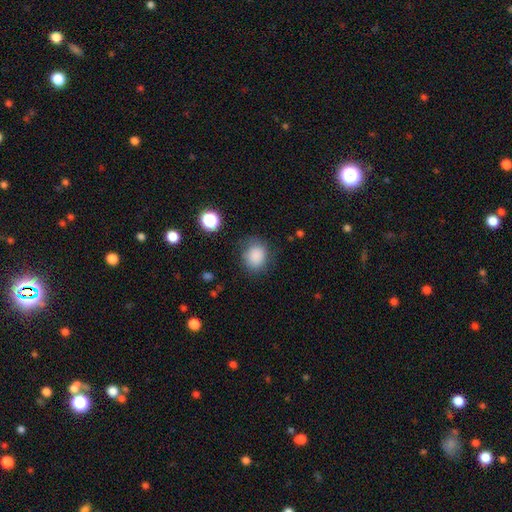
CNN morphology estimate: Q: Smooth or featured?
A: smooth (86%); runner-up: star or artifact (10%)
Q: How rounded?
A: round (65%); runner-up: in between (34%)
Q: Merging?
A: none (76%); runner-up: minor disturbance (16%)